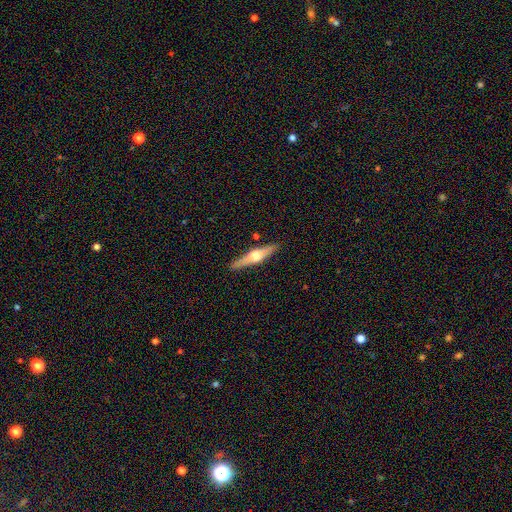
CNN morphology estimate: smooth_or_featured: featured or disk (p=0.72) [alt: smooth p=0.23]
disk_edge_on: yes (p=0.97) [alt: no p=0.03]
edge_on_bulge: rounded (p=0.95) [alt: boxy p=0.04]
merging: none (p=0.90) [alt: minor disturbance p=0.07]